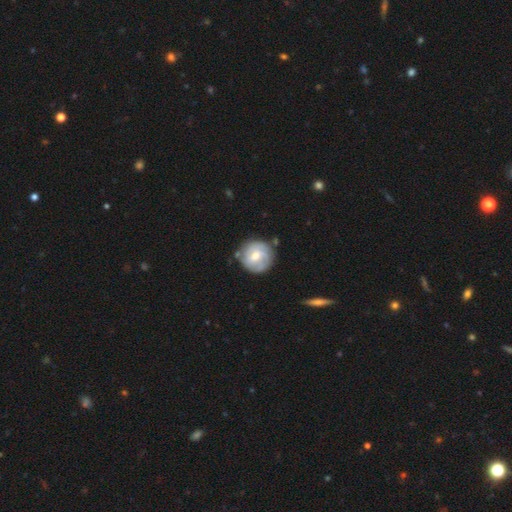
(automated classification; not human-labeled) Smooth or featured: featured or disk — 63% (smooth — 32%)
Edge-on disk: no — 97% (yes — 3%)
Bar: weak — 49% (no — 42%)
Spiral arms: yes — 83% (no — 17%)
Spiral winding: tight — 61% (medium — 28%)
Spiral arm count: can't tell — 37% (2 — 33%)
Bulge size: moderate — 67% (small — 27%)
Merging: none — 75% (minor disturbance — 16%)